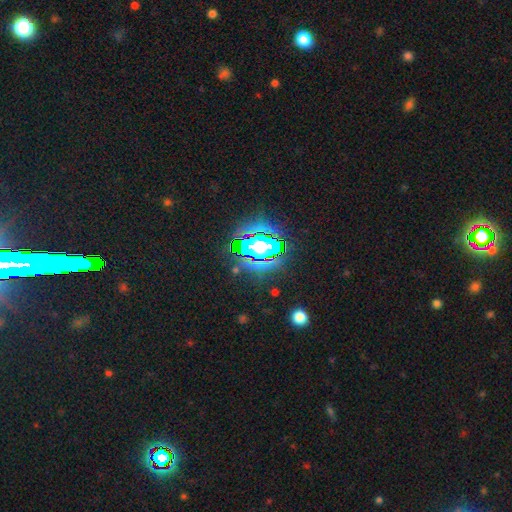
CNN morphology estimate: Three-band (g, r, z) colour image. It shows a star or artifact, not a galaxy (82%).